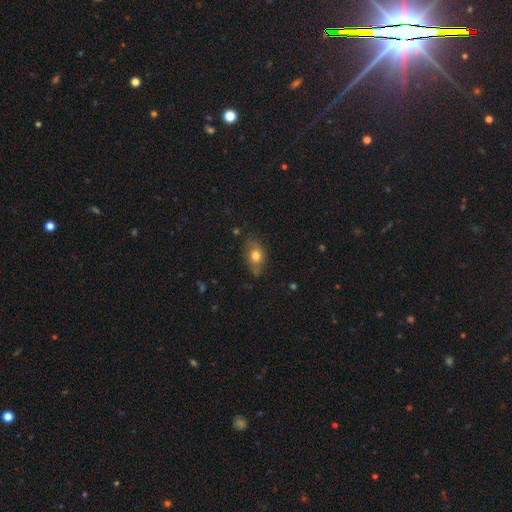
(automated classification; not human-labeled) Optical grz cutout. It shows a smooth galaxy with no disk features (69%) that is in between round and cigar-shaped (76%). Merging: none (67%).